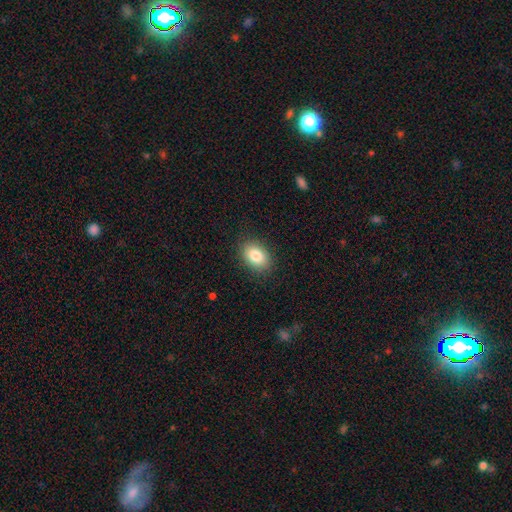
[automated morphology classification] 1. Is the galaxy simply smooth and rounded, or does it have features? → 84% smooth, 8% featured or disk, 8% star or artifact.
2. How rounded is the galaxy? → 82% in between, 17% round, 1% cigar-shaped.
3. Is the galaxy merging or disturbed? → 87% none, 9% minor disturbance, 3% major disturbance, 1% merger.